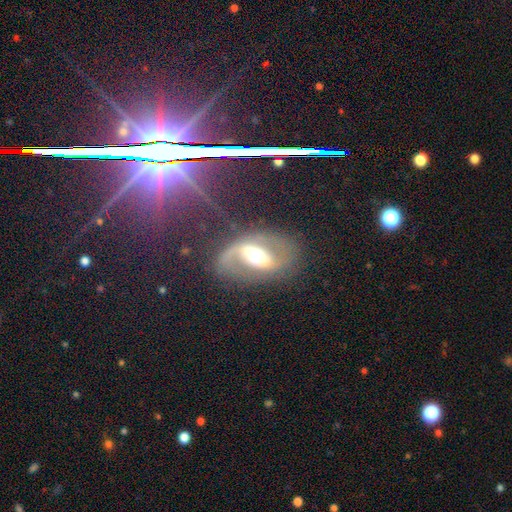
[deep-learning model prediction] Smooth or featured? Predicted: featured or disk (p=0.69). Edge-on disk? Predicted: no (p=0.93). Bar? Predicted: strong (p=0.43). Spiral arms? Predicted: yes (p=0.80). Spiral winding? Predicted: medium (p=0.43). Spiral arm count? Predicted: 2 (p=0.75). Bulge size? Predicted: moderate (p=0.69). Merging? Predicted: none (p=0.68).